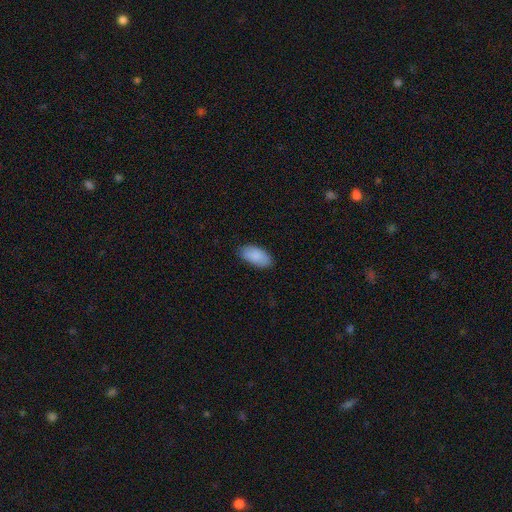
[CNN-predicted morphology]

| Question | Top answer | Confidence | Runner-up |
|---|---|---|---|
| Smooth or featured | smooth | 87% | featured or disk (7%) |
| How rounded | in between | 94% | cigar-shaped (4%) |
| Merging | none | 84% | minor disturbance (13%) |